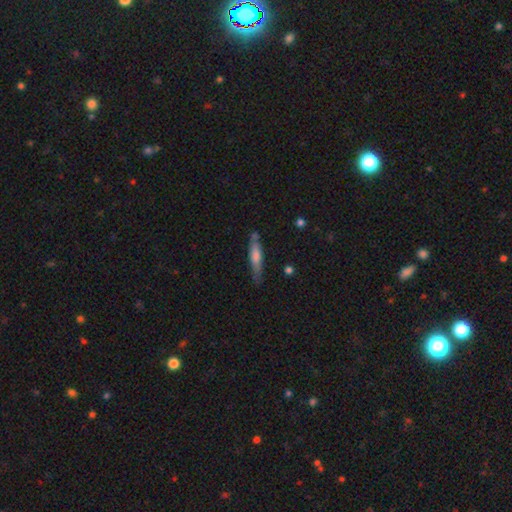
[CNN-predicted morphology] Smooth or featured: smooth — 47% (featured or disk — 46%)
Merging: none — 75% (minor disturbance — 18%)